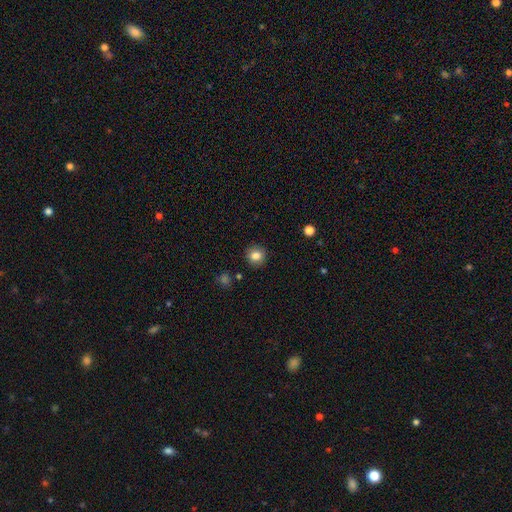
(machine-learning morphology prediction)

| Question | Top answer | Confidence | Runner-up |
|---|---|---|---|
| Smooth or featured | smooth | 83% | star or artifact (10%) |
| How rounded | round | 88% | in between (11%) |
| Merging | none | 89% | minor disturbance (7%) |